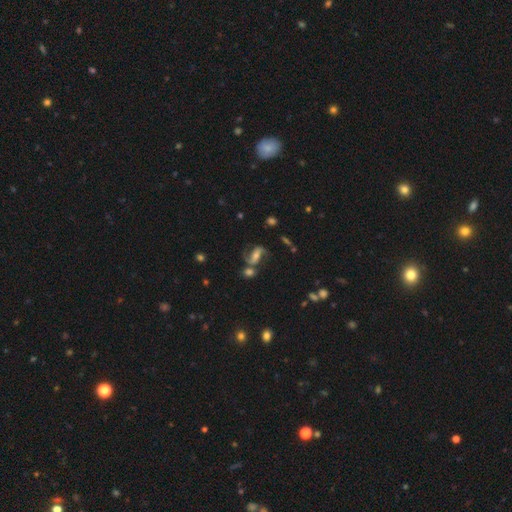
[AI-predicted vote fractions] A featured or disk galaxy (73%) with a weak bar (37%), 2 (90%) loose (46%) spiral arms (93%) and a moderate central bulge (48%).

Vote fractions:
- Smooth or featured? featured or disk: 73% / smooth: 16% / star or artifact: 11%
- Edge-on disk? no: 95% / yes: 5%
- Bar? weak: 37% / no: 32% / strong: 31%
- Spiral arms? yes: 93% / no: 7%
- Spiral winding? loose: 46% / medium: 42% / tight: 12%
- Spiral arm count? 2: 90% / can't tell: 4% / 1: 3% / 3: 1% / 4: 1% / more than 4: 1%
- Bulge size? moderate: 48% / small: 33% / large: 11% / none: 6% / dominant: 2%
- Merging? none: 55% / merger: 22% / minor disturbance: 14% / major disturbance: 9%